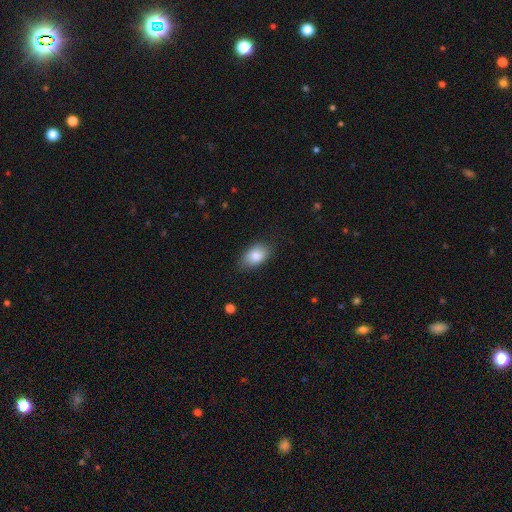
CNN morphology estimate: Overall: smooth (84%). How rounded: in between (90%). Merging: none (80%).